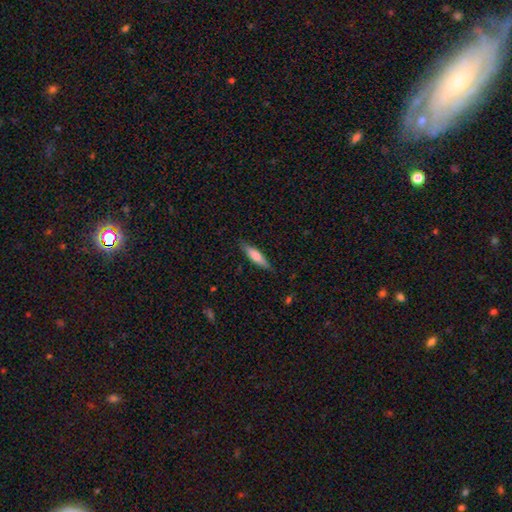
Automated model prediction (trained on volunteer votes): Q: Smooth or featured?
A: smooth (67%); runner-up: featured or disk (27%)
Q: How rounded?
A: cigar-shaped (75%); runner-up: in between (23%)
Q: Merging?
A: none (85%); runner-up: minor disturbance (12%)